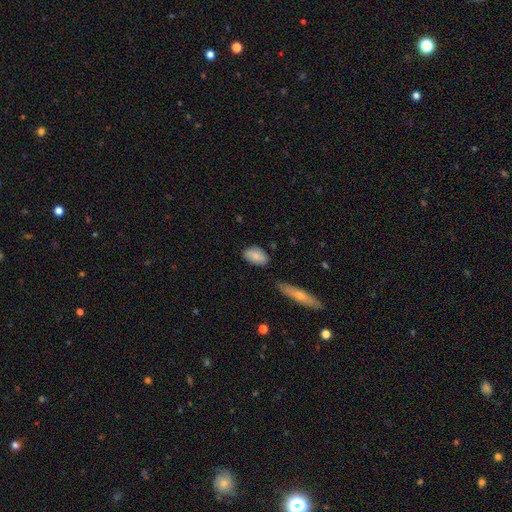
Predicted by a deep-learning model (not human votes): smooth-or-featured: smooth: 80% | featured or disk: 13% | star or artifact: 7%
  how-rounded: in between: 90% | round: 7% | cigar-shaped: 3%
  merging: none: 75% | minor disturbance: 18% | merger: 4% | major disturbance: 4%